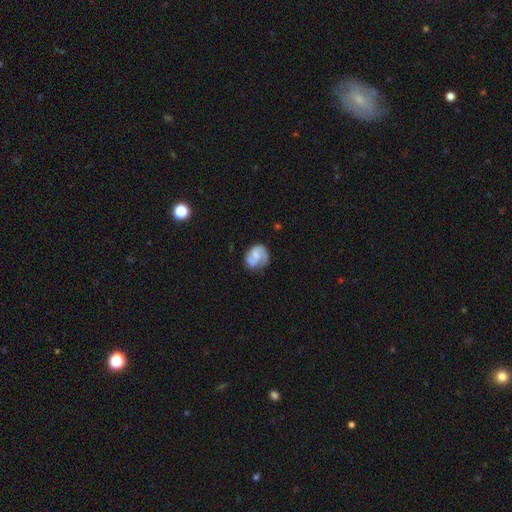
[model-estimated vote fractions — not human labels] A featured or disk galaxy (66%) with no bar (53%), 2 (72%) medium (46%) spiral arms (90%) and a small central bulge (37%). Merging: none (61%).